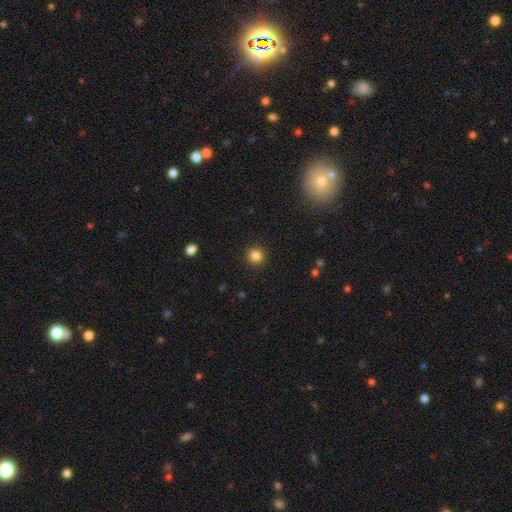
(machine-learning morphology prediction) A smooth galaxy with no disk features (85%) that is round (95%).

Vote fractions:
- Smooth or featured? smooth: 85% / star or artifact: 11% / featured or disk: 4%
- How rounded? round: 95% / in between: 4% / cigar-shaped: 1%
- Merging? none: 92% / minor disturbance: 5% / major disturbance: 2% / merger: 1%